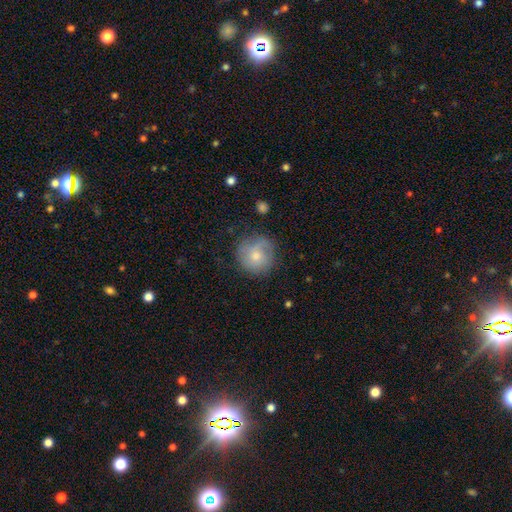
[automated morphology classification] Smooth or featured? smooth (66%)
How rounded? round (90%)
Merging? none (63%)